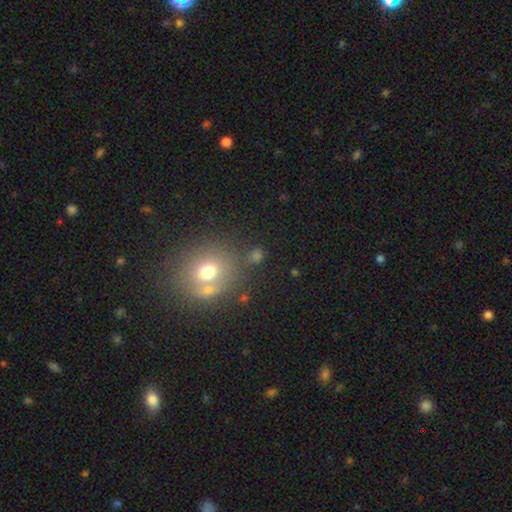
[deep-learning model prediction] Overall: smooth (67%). How rounded: round (72%). Merging: none (62%).